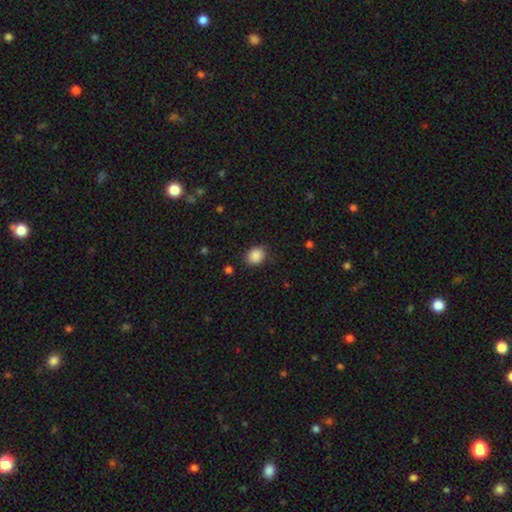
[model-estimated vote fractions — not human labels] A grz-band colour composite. It shows a smooth galaxy with no disk features (87%) that is round (55%). Merging: none (79%).